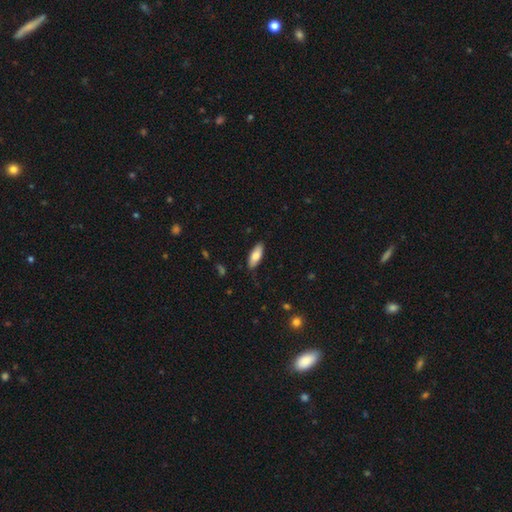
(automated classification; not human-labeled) smooth-or-featured: smooth: 79% | featured or disk: 15% | star or artifact: 6%
  how-rounded: in between: 74% | cigar-shaped: 24% | round: 2%
  merging: none: 84% | minor disturbance: 13% | major disturbance: 2% | merger: 1%